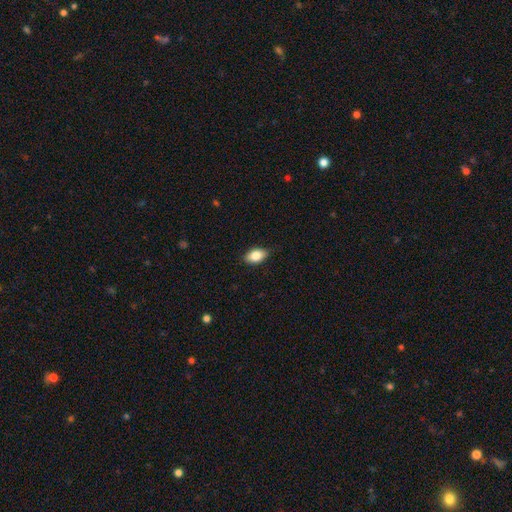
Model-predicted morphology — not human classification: smooth 82%, featured or disk 11%, star or artifact 7%. Down the decision tree: how rounded — in between (89%); merging — none (85%).